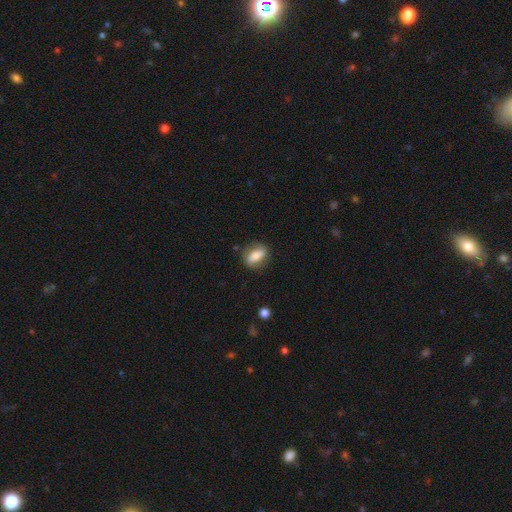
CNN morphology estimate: A smooth galaxy with no disk features (70%) that is in between round and cigar-shaped (79%).

Vote fractions:
- Smooth or featured? smooth: 70% / featured or disk: 22% / star or artifact: 8%
- How rounded? in between: 79% / round: 12% / cigar-shaped: 9%
- Merging? none: 75% / minor disturbance: 18% / major disturbance: 6% / merger: 2%